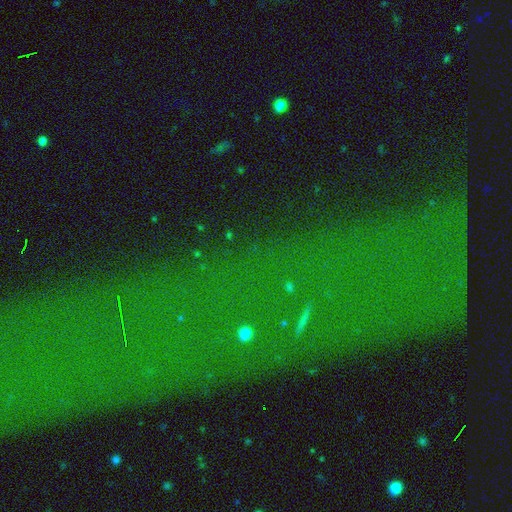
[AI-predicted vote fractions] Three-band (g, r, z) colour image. It shows a star or artifact, not a galaxy (75%).